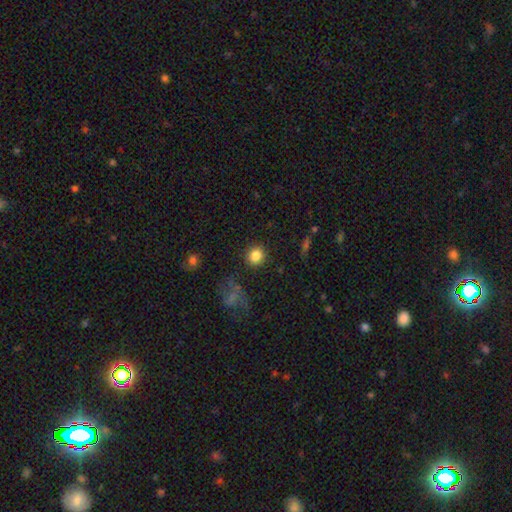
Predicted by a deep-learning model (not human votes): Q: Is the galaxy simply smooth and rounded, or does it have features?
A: smooth — 84%.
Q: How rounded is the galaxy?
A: round — 86%.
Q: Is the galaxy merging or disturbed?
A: none — 88%.